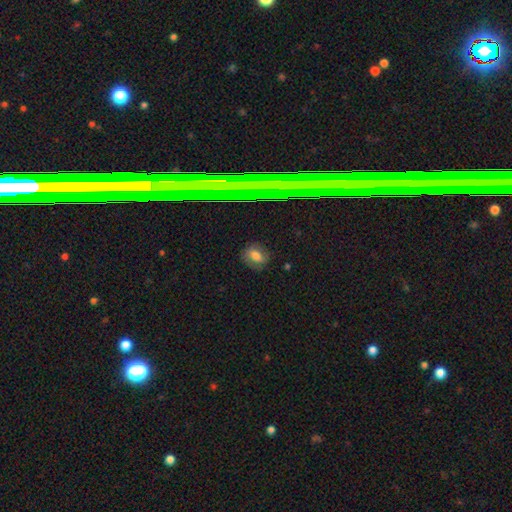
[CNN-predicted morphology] type=smooth (60%); roundness=in between (51%); merging=none (79%).